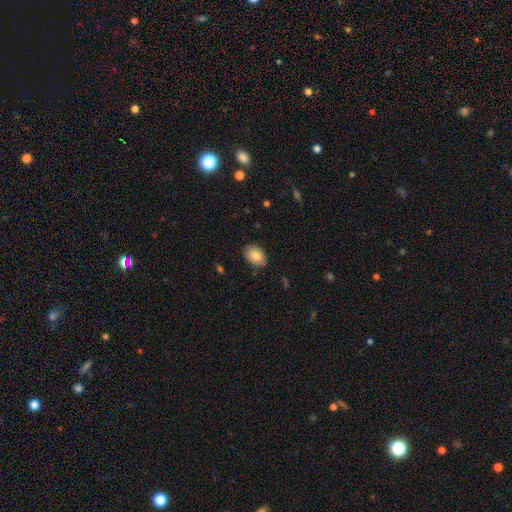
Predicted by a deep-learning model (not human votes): Smooth or featured? Predicted: smooth (p=0.79). How rounded? Predicted: in between (p=0.84). Merging? Predicted: none (p=0.85).